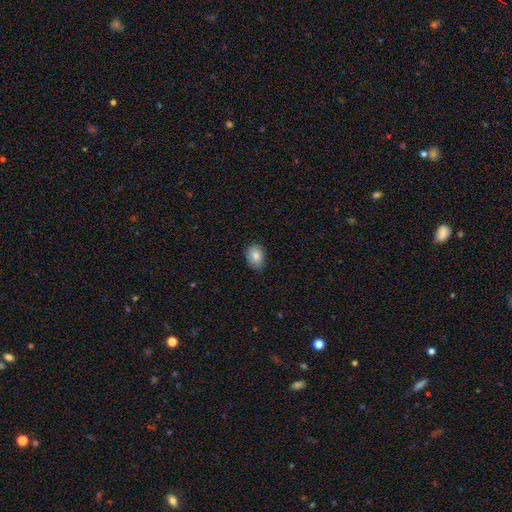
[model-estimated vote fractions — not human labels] smooth-or-featured: smooth: 82% | featured or disk: 10% | star or artifact: 8%
  how-rounded: in between: 66% | round: 33% | cigar-shaped: 1%
  merging: none: 83% | minor disturbance: 14% | major disturbance: 2% | merger: 1%